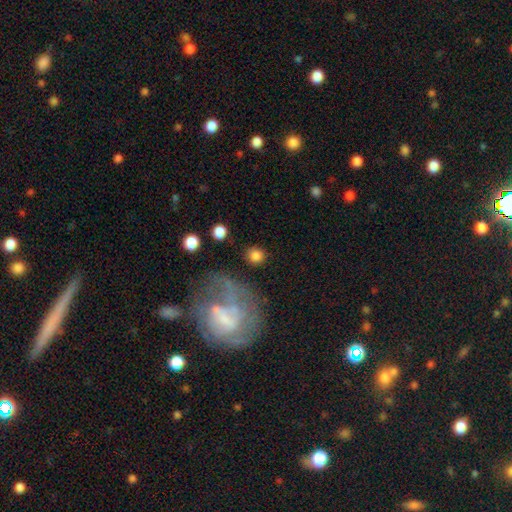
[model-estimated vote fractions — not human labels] Morphology: type=smooth (80%); roundness=round (87%); merging=none (84%).